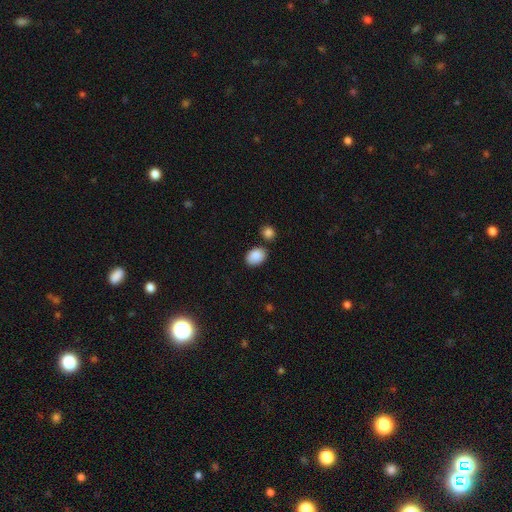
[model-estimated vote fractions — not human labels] A smooth galaxy with no disk features (89%) that is in between round and cigar-shaped (75%). Merging: none (75%).